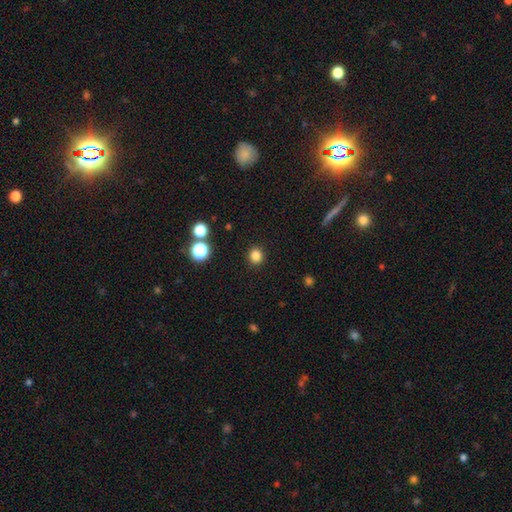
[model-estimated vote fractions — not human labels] Smooth or featured? smooth (83%)
How rounded? round (87%)
Merging? none (92%)